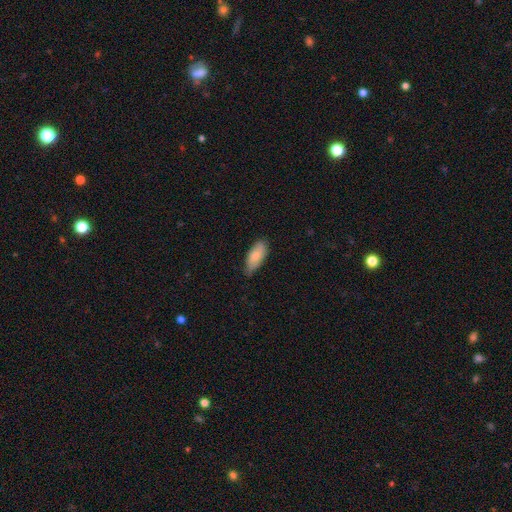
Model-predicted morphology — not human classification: The model was most divided on "merging": none: 69%, minor disturbance: 27%, major disturbance: 3%, merger: 1%. More confident: how rounded — in between (83%); smooth or featured — smooth (80%).